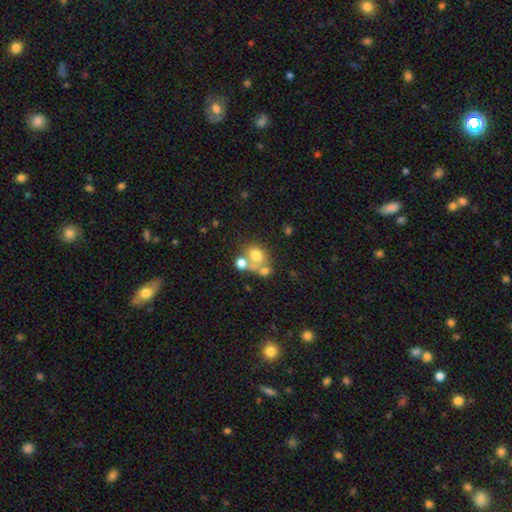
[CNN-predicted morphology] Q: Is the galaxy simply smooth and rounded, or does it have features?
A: smooth — 64%.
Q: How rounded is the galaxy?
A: round — 65%.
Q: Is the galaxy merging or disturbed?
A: merger — 44%.